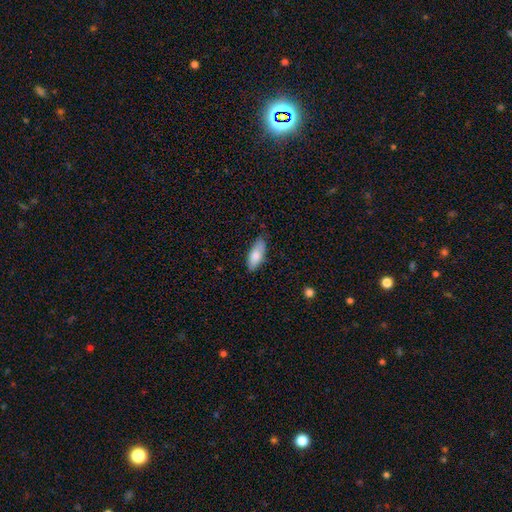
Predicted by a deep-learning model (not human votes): The model was most divided on "how rounded": in between: 76%, cigar-shaped: 23%, round: 2%. More confident: smooth or featured — smooth (80%); merging — none (78%).